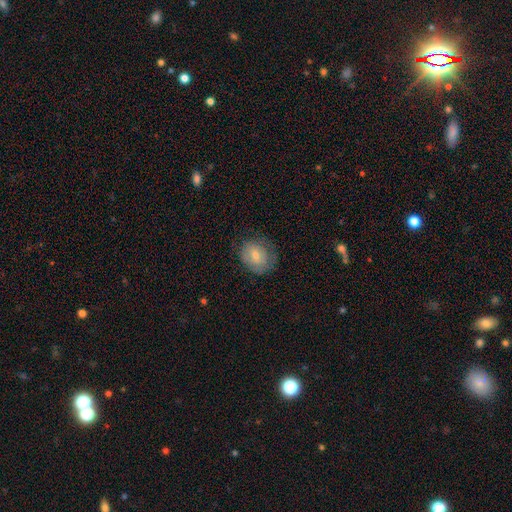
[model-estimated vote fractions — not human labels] Smooth or featured? Predicted: smooth (p=0.70). How rounded? Predicted: round (p=0.63). Merging? Predicted: none (p=0.68).